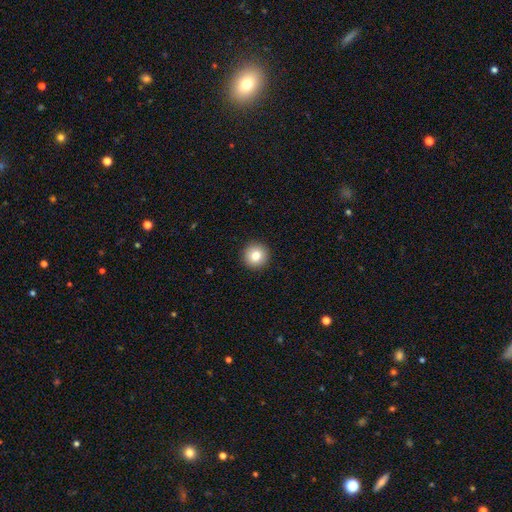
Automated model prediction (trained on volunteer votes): A smooth galaxy with no disk features (82%) that is round (95%). Merging: none (93%).